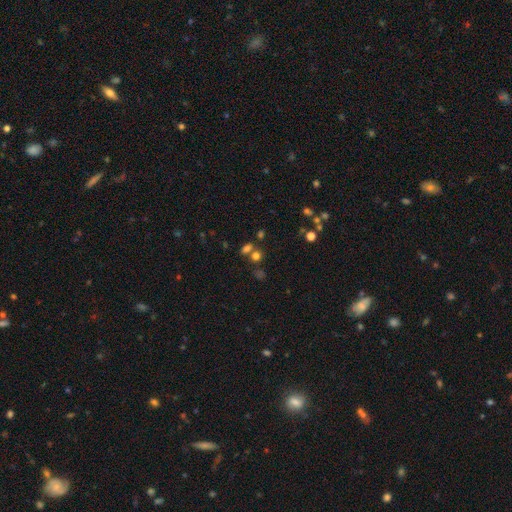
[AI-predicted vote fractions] This is likely a smooth galaxy (65%). How rounded: likely round (62%). Merging: possibly none (57%).